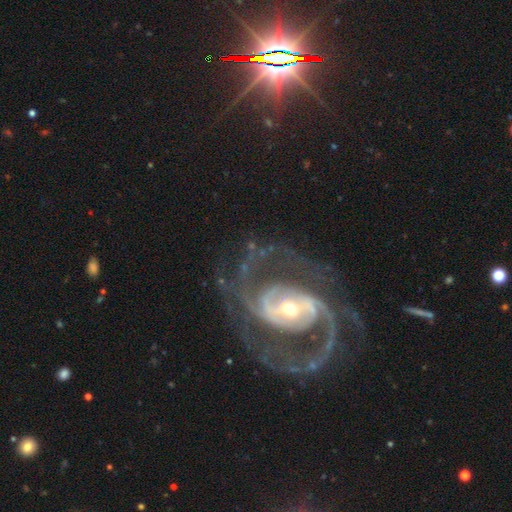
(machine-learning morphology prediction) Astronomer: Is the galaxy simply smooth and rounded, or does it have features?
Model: featured or disk — 91%.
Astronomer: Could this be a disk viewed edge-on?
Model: no — 98%.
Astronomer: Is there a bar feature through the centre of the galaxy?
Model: weak — 35%, tied with strong at 35%.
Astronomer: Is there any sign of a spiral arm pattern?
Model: yes — 97%.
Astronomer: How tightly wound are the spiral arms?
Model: medium — 53% (runner-up: tight, 31%).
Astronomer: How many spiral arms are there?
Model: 2 — 72%.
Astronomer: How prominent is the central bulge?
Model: moderate — 50% (runner-up: small, 41%).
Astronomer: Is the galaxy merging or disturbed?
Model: none — 69%.